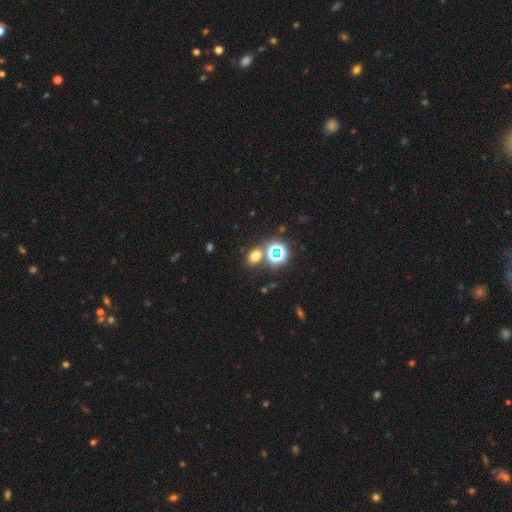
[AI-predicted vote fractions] A smooth galaxy with no disk features (63%) that is round (54%).

Vote fractions:
- Smooth or featured? smooth: 63% / star or artifact: 30% / featured or disk: 7%
- How rounded? round: 54% / in between: 45% / cigar-shaped: 1%
- Merging? none: 74% / merger: 14% / minor disturbance: 9% / major disturbance: 4%